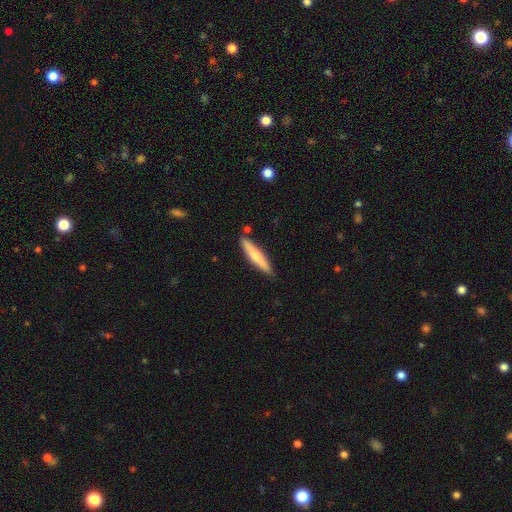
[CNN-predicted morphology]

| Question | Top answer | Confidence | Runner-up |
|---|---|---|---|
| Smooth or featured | smooth | 63% | featured or disk (32%) |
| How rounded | cigar-shaped | 88% | in between (10%) |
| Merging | none | 85% | minor disturbance (11%) |